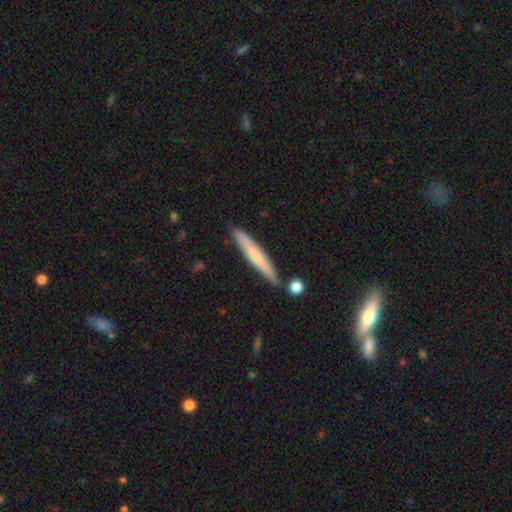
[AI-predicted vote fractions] Morphology: type=smooth (58%); roundness=cigar-shaped (94%); merging=none (84%).